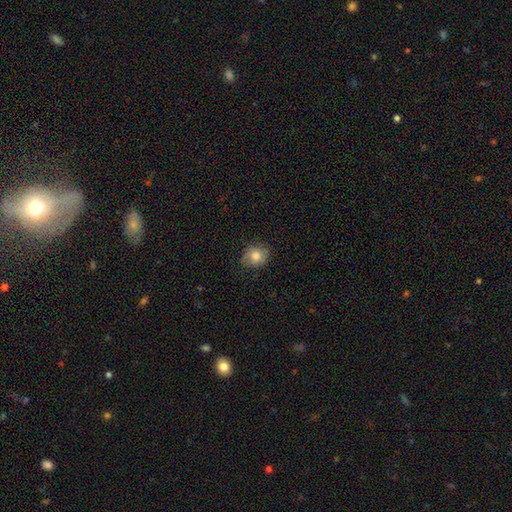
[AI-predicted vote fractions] A smooth galaxy with no disk features (75%) that is round (61%). Merging: none (75%).